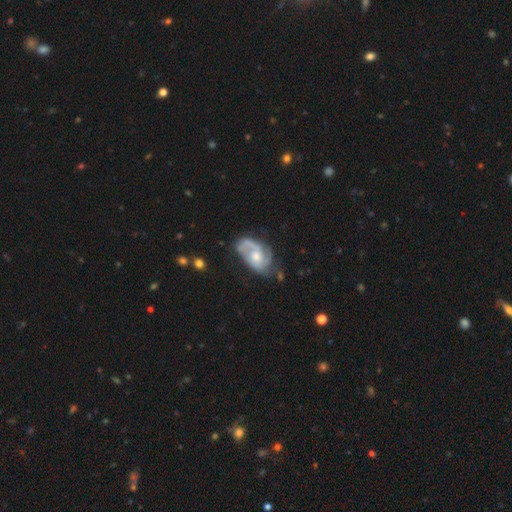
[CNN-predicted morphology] Q: Smooth or featured?
A: featured or disk (77%); runner-up: smooth (17%)
Q: Edge-on disk?
A: no (97%); runner-up: yes (3%)
Q: Bar?
A: no (66%); runner-up: weak (30%)
Q: Spiral arms?
A: yes (90%); runner-up: no (10%)
Q: Spiral winding?
A: medium (46%); runner-up: tight (29%)
Q: Spiral arm count?
A: 2 (46%); runner-up: can't tell (19%)
Q: Bulge size?
A: moderate (58%); runner-up: small (31%)
Q: Merging?
A: none (51%); runner-up: minor disturbance (27%)